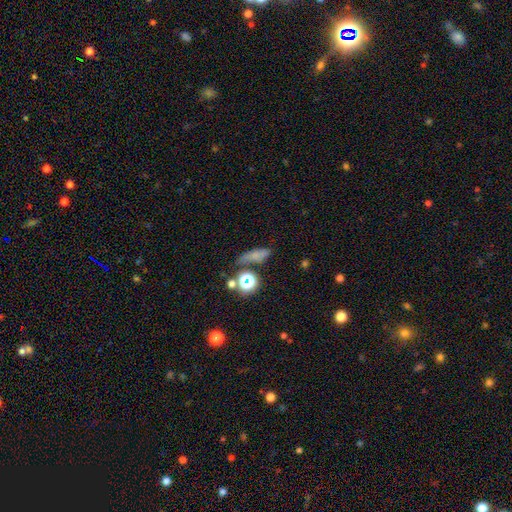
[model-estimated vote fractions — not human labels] Morphology: type=smooth (59%); roundness=cigar-shaped (46%); merging=none (64%).